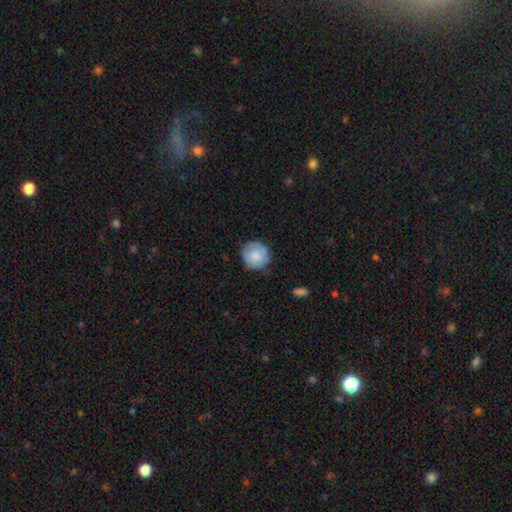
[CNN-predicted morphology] Smooth or featured? Predicted: smooth (p=0.74). How rounded? Predicted: round (p=0.90). Merging? Predicted: none (p=0.75).